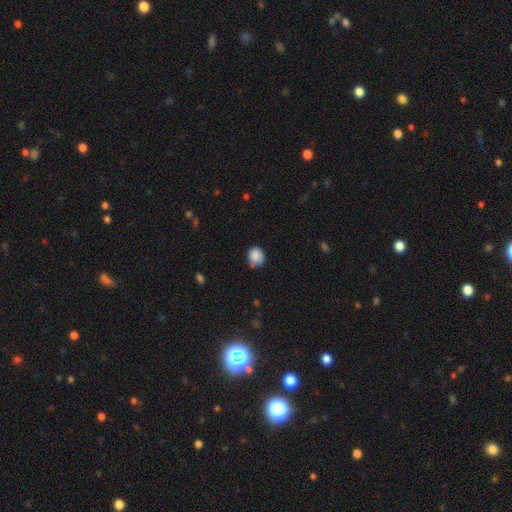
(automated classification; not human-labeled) A smooth galaxy with no disk features (86%) that is round (68%). Merging: none (62%).